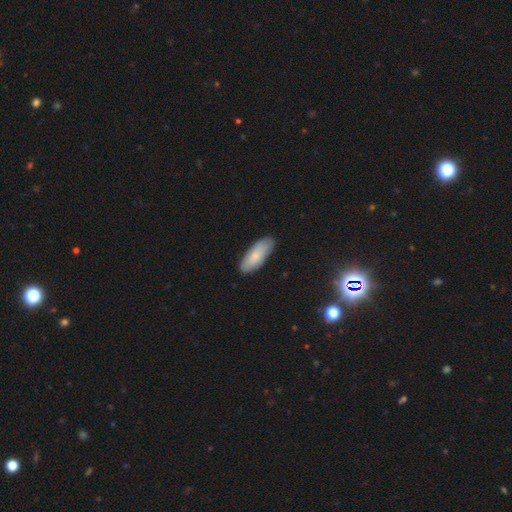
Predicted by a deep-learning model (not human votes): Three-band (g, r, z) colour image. It shows a smooth galaxy with no disk features (75%) that is in between round and cigar-shaped (72%). Merging: none (83%).